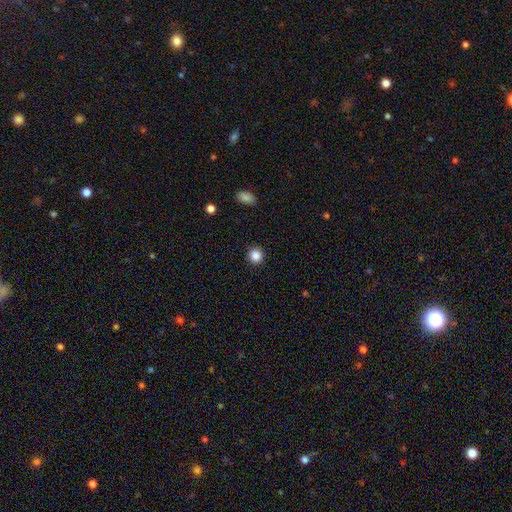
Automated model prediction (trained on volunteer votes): Overall: smooth (86%). How rounded: round (93%). Merging: none (92%).